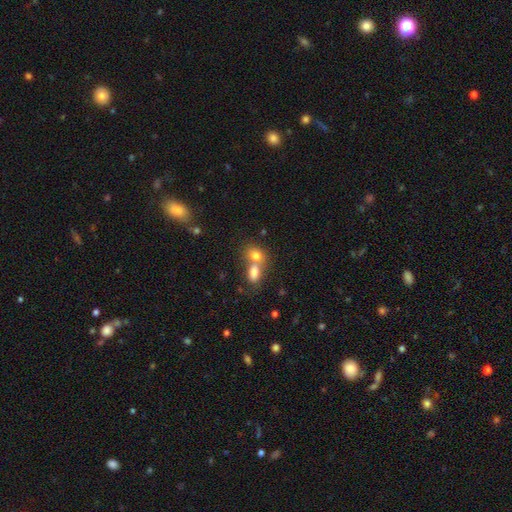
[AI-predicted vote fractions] smooth-or-featured: smooth: 77% | featured or disk: 13% | star or artifact: 11%
  how-rounded: in between: 63% | round: 35% | cigar-shaped: 2%
  merging: merger: 63% | none: 27% | minor disturbance: 7% | major disturbance: 3%